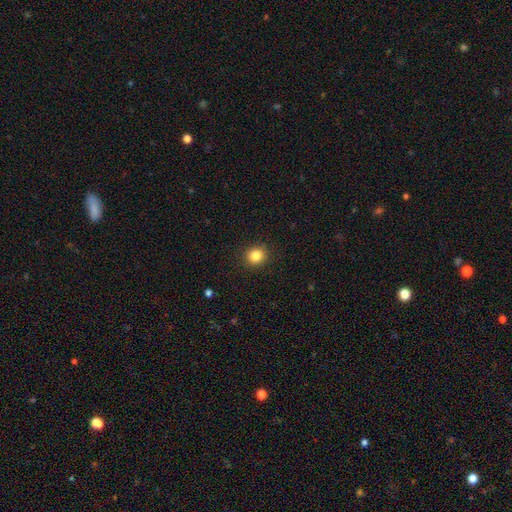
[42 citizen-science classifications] Smooth or featured? smooth (88%)
How rounded? round (86%)
Merging? none (87%)